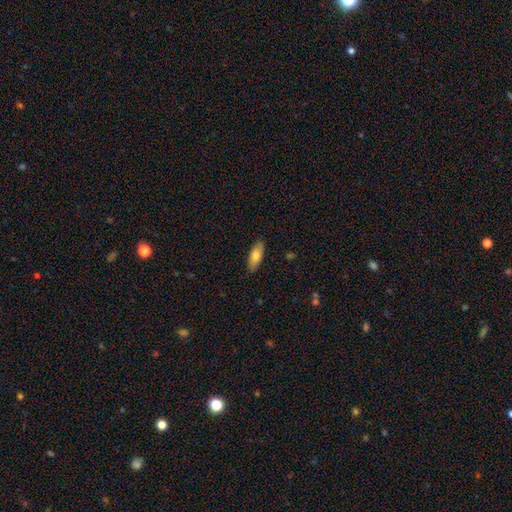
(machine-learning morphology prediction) A smooth galaxy with no disk features (75%) that is in between round and cigar-shaped (73%). Merging: none (89%).